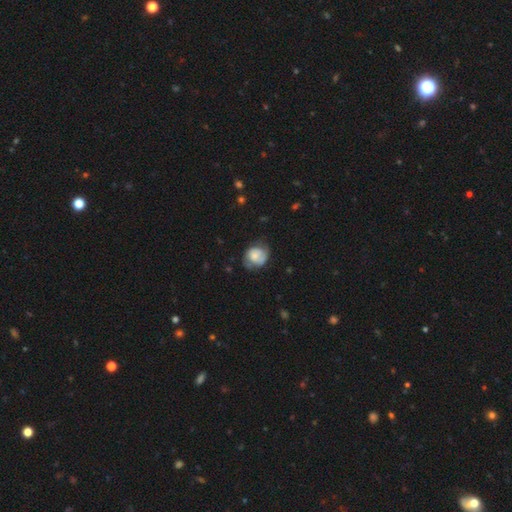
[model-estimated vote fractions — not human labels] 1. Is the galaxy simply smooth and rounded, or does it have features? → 56% smooth, 36% featured or disk, 8% star or artifact.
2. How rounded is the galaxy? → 68% round, 31% in between, 1% cigar-shaped.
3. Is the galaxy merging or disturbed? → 51% none, 31% minor disturbance, 14% major disturbance, 3% merger.